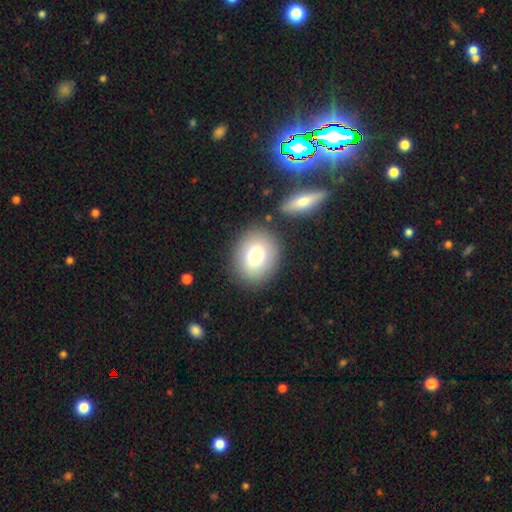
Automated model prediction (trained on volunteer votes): A smooth galaxy with no disk features (76%) that is round (67%). Merging: none (81%).